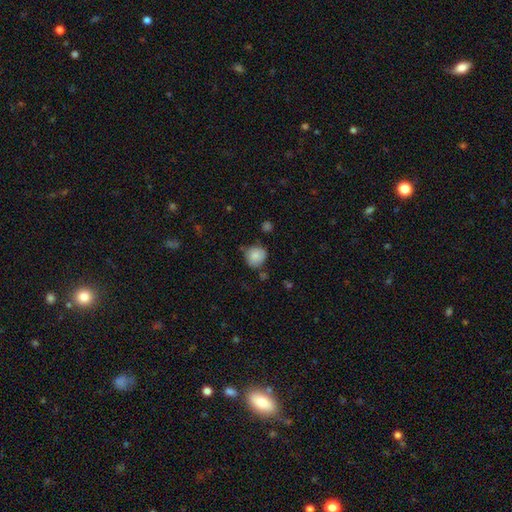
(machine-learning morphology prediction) The model was most divided on "merging": none: 69%, minor disturbance: 22%, major disturbance: 4%, merger: 4%. More confident: smooth or featured — smooth (85%); how rounded — round (84%).